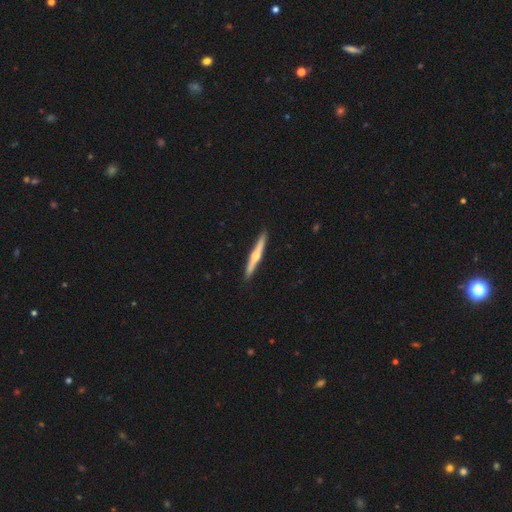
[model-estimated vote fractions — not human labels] smooth-or-featured: featured or disk: 66% | smooth: 29% | star or artifact: 5%
  disk-edge-on: yes: 98% | no: 2%
    edge-on-bulge: rounded: 89% | none: 6% | boxy: 4%
  merging: none: 92% | minor disturbance: 6% | major disturbance: 1% | merger: 1%